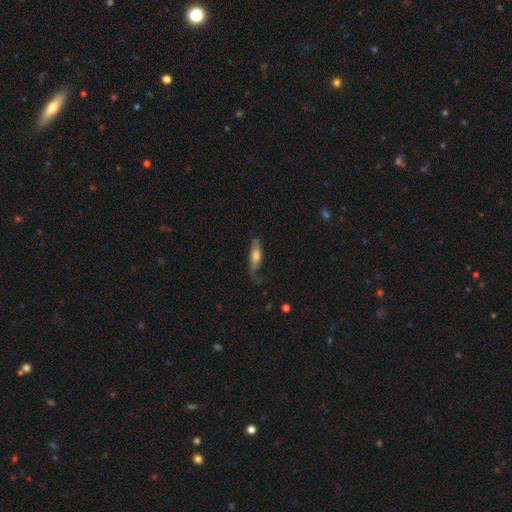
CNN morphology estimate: smooth_or_featured: smooth (p=0.54) [alt: featured or disk p=0.39]
how_rounded: in between (p=0.52) [alt: cigar-shaped p=0.45]
merging: none (p=0.53) [alt: minor disturbance p=0.28]